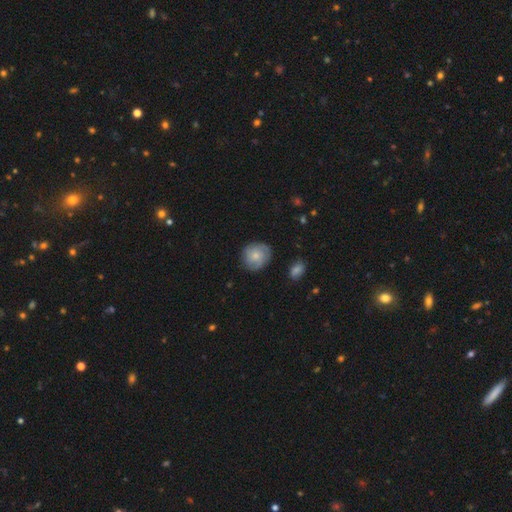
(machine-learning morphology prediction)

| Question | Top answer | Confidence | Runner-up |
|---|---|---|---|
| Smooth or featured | smooth | 61% | featured or disk (33%) |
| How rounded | round | 84% | in between (15%) |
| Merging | none | 77% | minor disturbance (17%) |